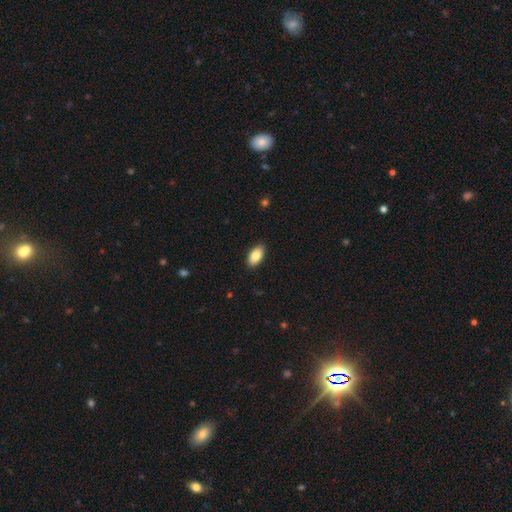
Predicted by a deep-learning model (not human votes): This is clearly a smooth galaxy (86%). How rounded: clearly in between (93%). Merging: clearly none (88%).